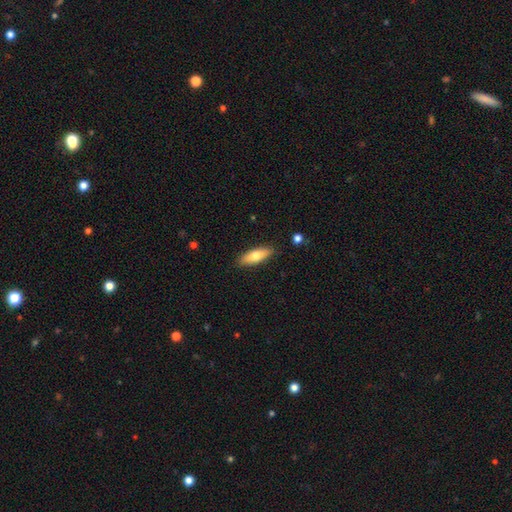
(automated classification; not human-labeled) Smooth or featured?
  - smooth: 69% *
  - featured or disk: 25%
  - star or artifact: 6%
How rounded?
  - in between: 57% *
  - cigar-shaped: 41%
  - round: 2%
Merging?
  - none: 88% *
  - minor disturbance: 9%
  - major disturbance: 2%
  - merger: 1%